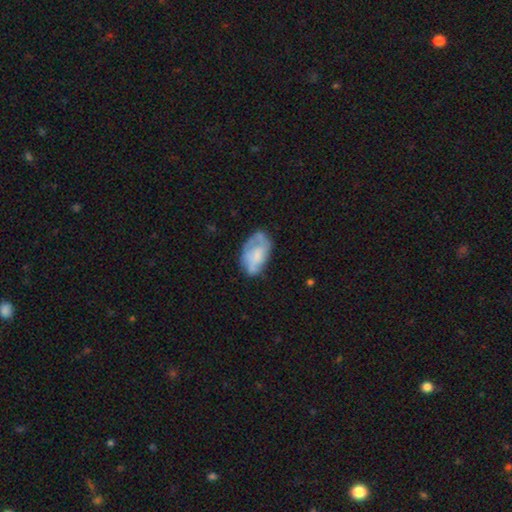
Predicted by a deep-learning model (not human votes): Smooth or featured? Predicted: smooth (p=0.50). Merging? Predicted: none (p=0.48).